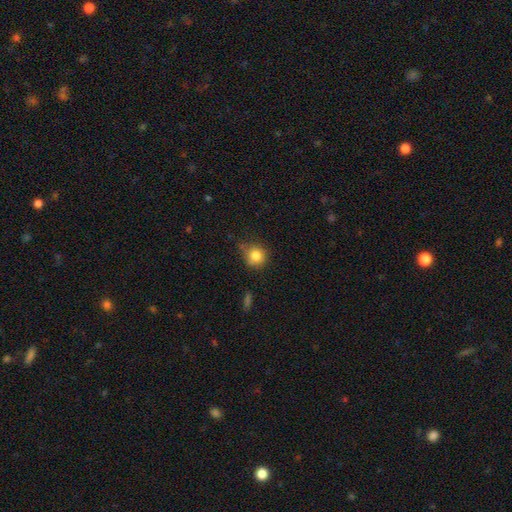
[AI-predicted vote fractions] smooth-or-featured: smooth: 84% | star or artifact: 10% | featured or disk: 6%
  how-rounded: round: 90% | in between: 9% | cigar-shaped: 1%
  merging: none: 73% | minor disturbance: 19% | major disturbance: 4% | merger: 3%